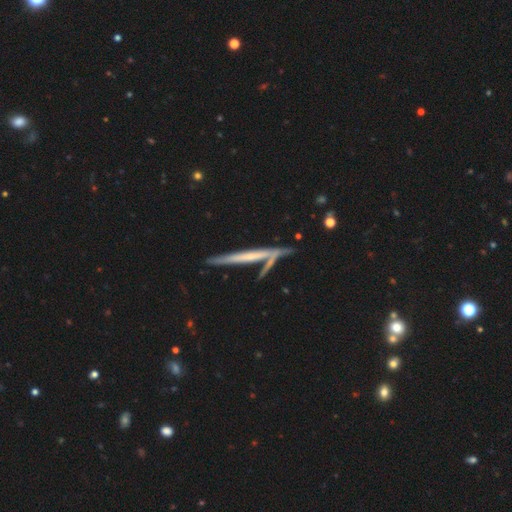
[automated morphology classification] Smooth or featured?
  - featured or disk: 65% *
  - smooth: 28%
  - star or artifact: 7%
Edge-on disk?
  - yes: 91% *
  - no: 9%
Edge-on bulge?
  - none: 71% *
  - rounded: 21%
  - boxy: 8%
Merging?
  - none: 66% *
  - minor disturbance: 15%
  - merger: 14%
  - major disturbance: 5%